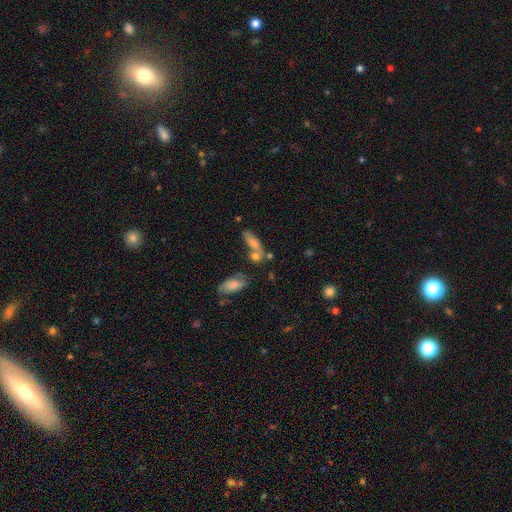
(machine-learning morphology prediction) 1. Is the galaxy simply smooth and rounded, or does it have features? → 38% star or artifact, 36% smooth, 26% featured or disk.